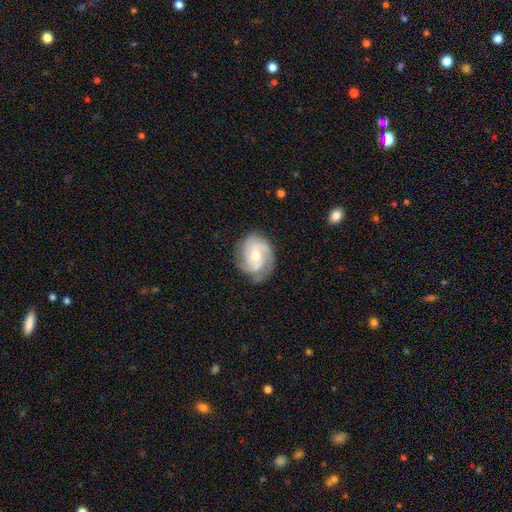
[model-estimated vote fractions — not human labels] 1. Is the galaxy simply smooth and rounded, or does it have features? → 86% featured or disk, 10% smooth, 5% star or artifact.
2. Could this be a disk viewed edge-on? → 98% no, 2% yes.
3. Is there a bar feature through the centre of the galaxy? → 57% no, 36% weak, 8% strong.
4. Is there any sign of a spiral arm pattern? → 97% yes, 3% no.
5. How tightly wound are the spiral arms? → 46% tight, 44% medium, 11% loose.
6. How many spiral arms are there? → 47% 3, 29% 2, 11% can't tell, 6% 4, 4% 1, 3% more than 4.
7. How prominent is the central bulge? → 63% moderate, 33% small, 3% large, 1% none, 1% dominant.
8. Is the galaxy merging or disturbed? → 74% none, 19% minor disturbance, 6% major disturbance, 1% merger.